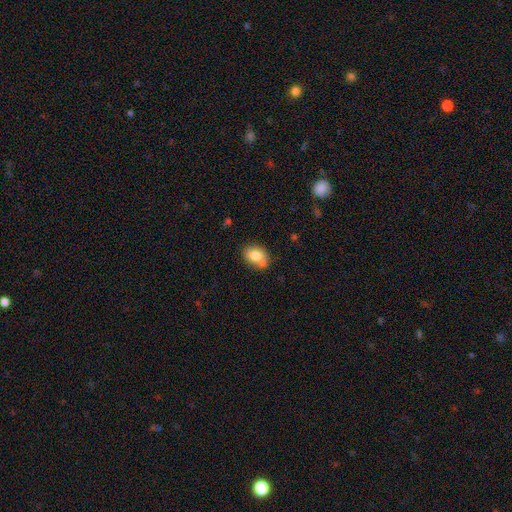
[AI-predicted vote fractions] Overall: smooth (79%). How rounded: in between (67%; round 32%). Merging: none (62%).